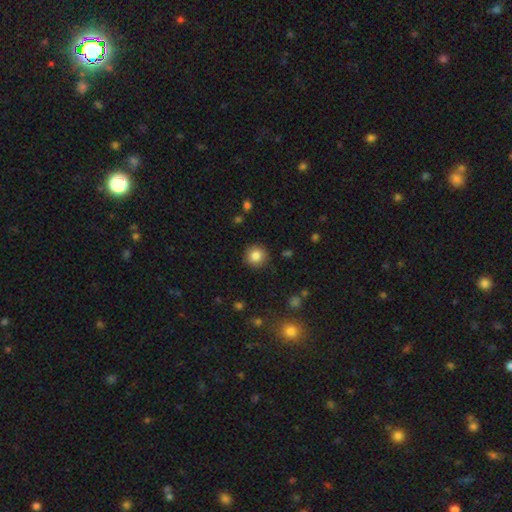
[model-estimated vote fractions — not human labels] smooth_or_featured: smooth (p=0.85) [alt: star or artifact p=0.09]
how_rounded: round (p=0.91) [alt: in between p=0.08]
merging: none (p=0.89) [alt: minor disturbance p=0.07]